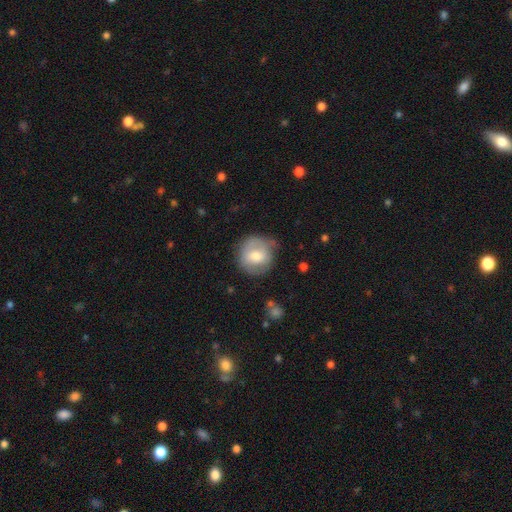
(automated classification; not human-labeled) The model was most divided on "smooth or featured": smooth: 60%, featured or disk: 33%, star or artifact: 7%. More confident: how rounded — round (88%); merging — none (68%).